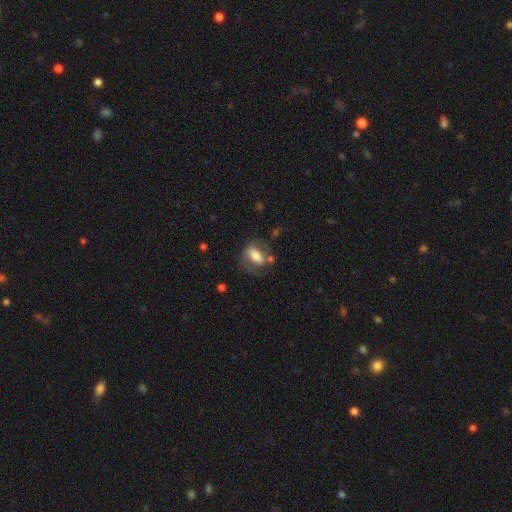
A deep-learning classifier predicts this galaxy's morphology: A smooth galaxy with no disk features (58%) that is in between round and cigar-shaped (82%). Merging: none (51%).